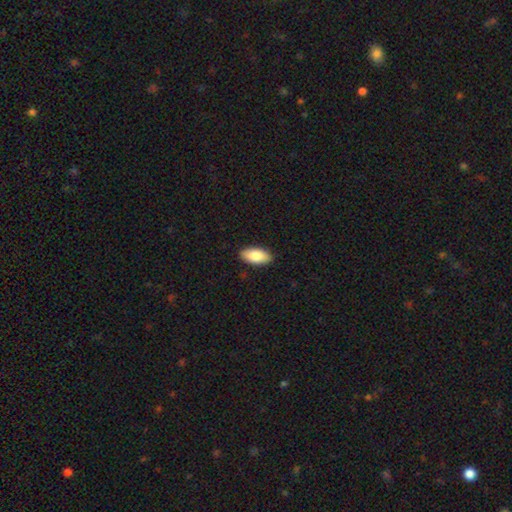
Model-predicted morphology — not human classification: Smooth or featured?
  - smooth: 85% *
  - featured or disk: 9%
  - star or artifact: 6%
How rounded?
  - in between: 93% *
  - cigar-shaped: 5%
  - round: 2%
Merging?
  - none: 90% *
  - minor disturbance: 8%
  - major disturbance: 2%
  - merger: 1%